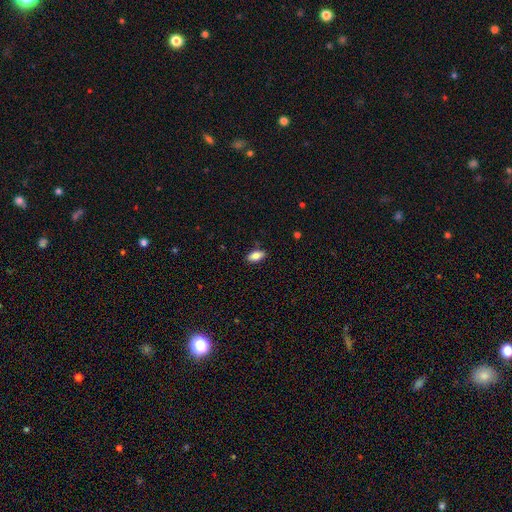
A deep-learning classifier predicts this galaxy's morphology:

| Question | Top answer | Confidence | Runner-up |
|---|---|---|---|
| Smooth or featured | smooth | 84% | featured or disk (9%) |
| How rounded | in between | 90% | cigar-shaped (7%) |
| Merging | none | 87% | minor disturbance (10%) |